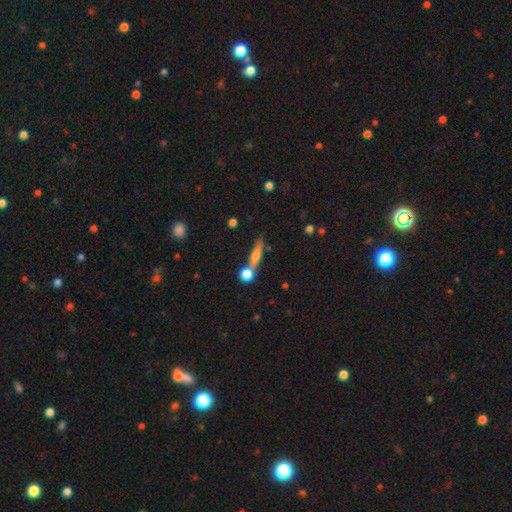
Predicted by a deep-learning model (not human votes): smooth_or_featured: smooth (p=0.46) [alt: featured or disk p=0.45]
merging: none (p=0.62) [alt: merger p=0.23]